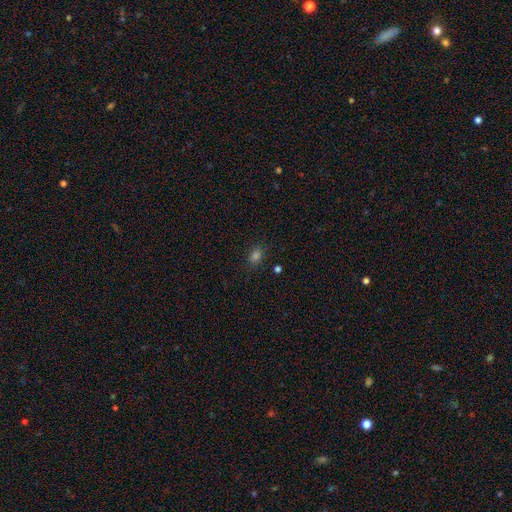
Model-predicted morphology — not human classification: type=smooth (74%); roundness=in between (73%); merging=none (83%).